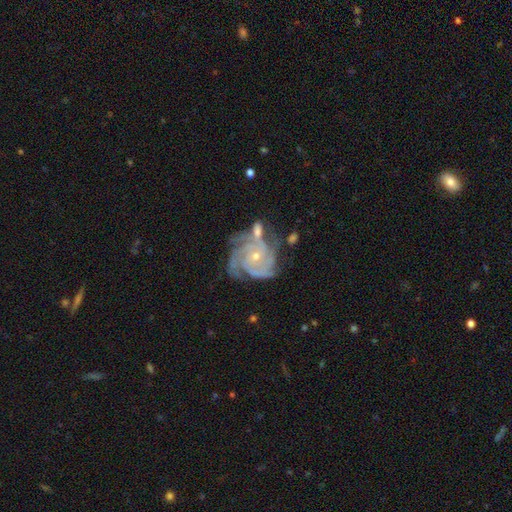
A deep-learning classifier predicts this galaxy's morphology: Smooth or featured: featured or disk — 89% (star or artifact — 6%)
Edge-on disk: no — 98% (yes — 2%)
Bar: no — 75% (weak — 20%)
Spiral arms: yes — 98% (no — 2%)
Spiral winding: tight — 69% (medium — 27%)
Spiral arm count: 4 — 39% (3 — 31%)
Bulge size: small — 71% (moderate — 26%)
Merging: none — 55% (minor disturbance — 21%)